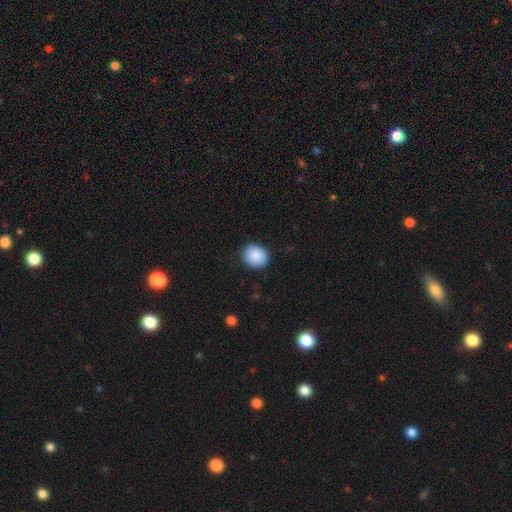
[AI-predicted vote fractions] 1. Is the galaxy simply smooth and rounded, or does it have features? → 89% smooth, 7% star or artifact, 4% featured or disk.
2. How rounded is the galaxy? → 75% round, 24% in between, 1% cigar-shaped.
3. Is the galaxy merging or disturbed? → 89% none, 8% minor disturbance, 2% major disturbance, 1% merger.